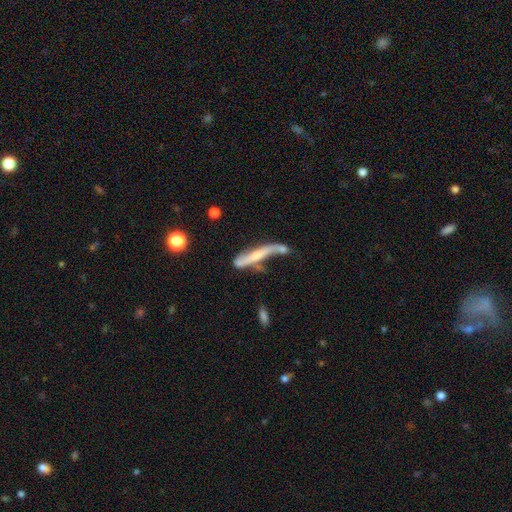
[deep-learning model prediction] Q: Smooth or featured?
A: featured or disk (57%); runner-up: smooth (36%)
Q: Edge-on disk?
A: yes (63%); runner-up: no (37%)
Q: Merging?
A: merger (29%); runner-up: none (28%)